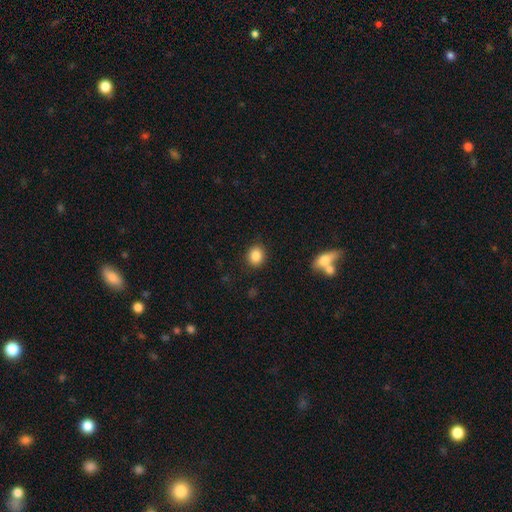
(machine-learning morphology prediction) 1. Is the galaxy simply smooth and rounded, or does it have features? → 86% smooth, 9% star or artifact, 5% featured or disk.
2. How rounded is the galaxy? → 66% round, 33% in between, 1% cigar-shaped.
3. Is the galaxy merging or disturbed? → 87% none, 8% minor disturbance, 3% major disturbance, 2% merger.